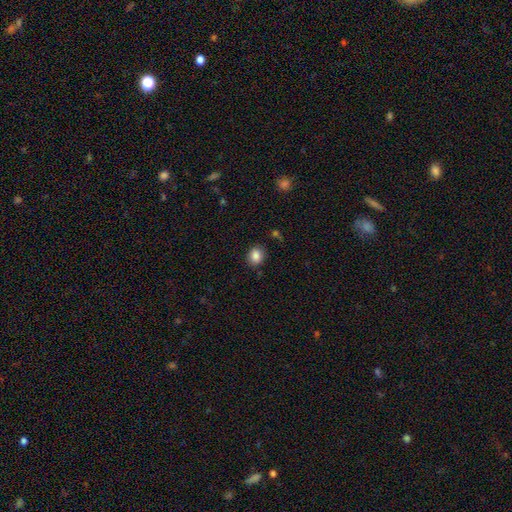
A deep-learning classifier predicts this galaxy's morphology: The model was most divided on "how rounded": round: 59%, in between: 40%, cigar-shaped: 1%. More confident: smooth or featured — smooth (86%); merging — none (85%).